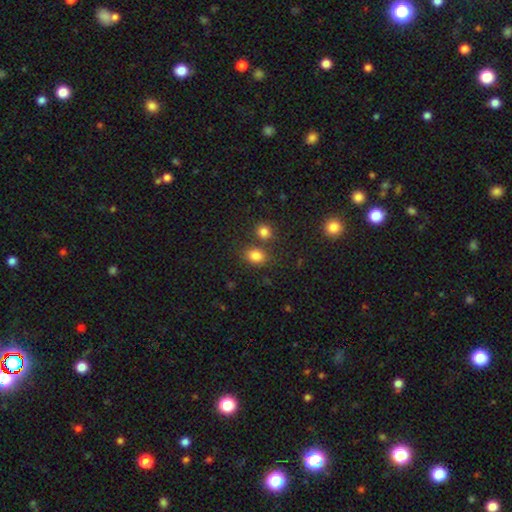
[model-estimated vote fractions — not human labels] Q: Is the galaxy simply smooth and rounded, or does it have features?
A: smooth — 82%.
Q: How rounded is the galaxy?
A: in between — 56%.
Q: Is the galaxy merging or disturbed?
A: none — 66%.